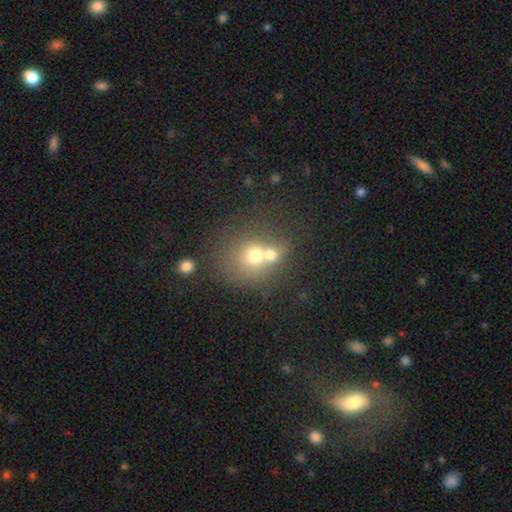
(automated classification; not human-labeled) Smooth or featured? smooth (65%)
How rounded? round (78%)
Merging? merger (55%)